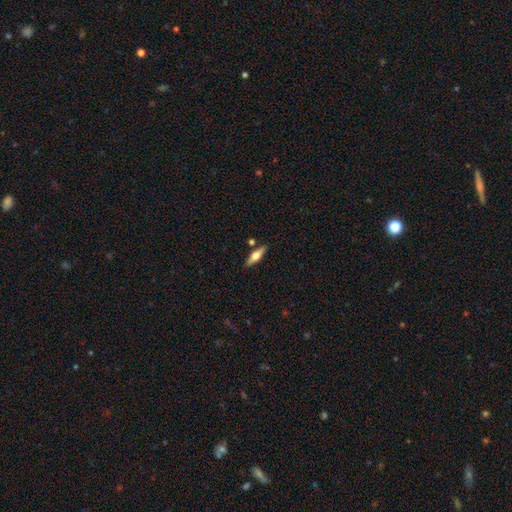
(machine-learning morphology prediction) smooth-or-featured: featured or disk: 51% | smooth: 43% | star or artifact: 6%
  disk-edge-on: yes: 93% | no: 7%
  merging: none: 84% | minor disturbance: 9% | merger: 5% | major disturbance: 2%